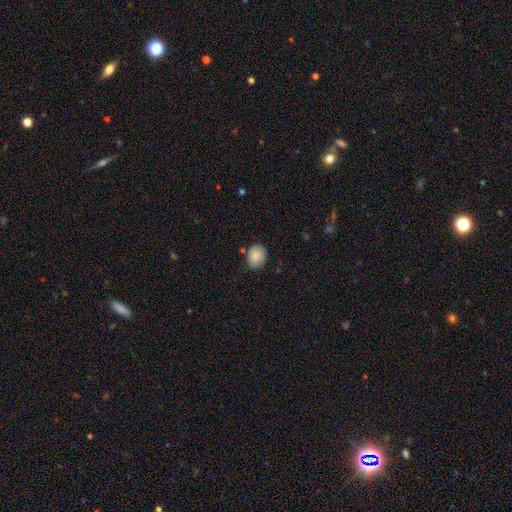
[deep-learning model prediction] The model was most divided on "how rounded" (2-way tie): round: 50%, in between: 50%, cigar-shaped: 1%. More confident: smooth or featured — smooth (85%); merging — none (72%).